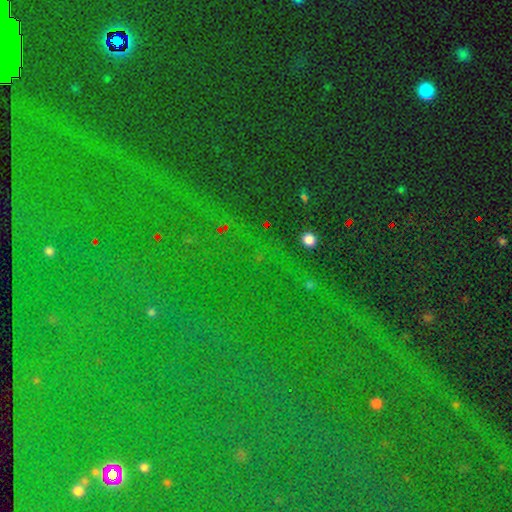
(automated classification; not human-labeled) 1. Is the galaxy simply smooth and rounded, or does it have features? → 87% star or artifact, 6% featured or disk, 6% smooth.